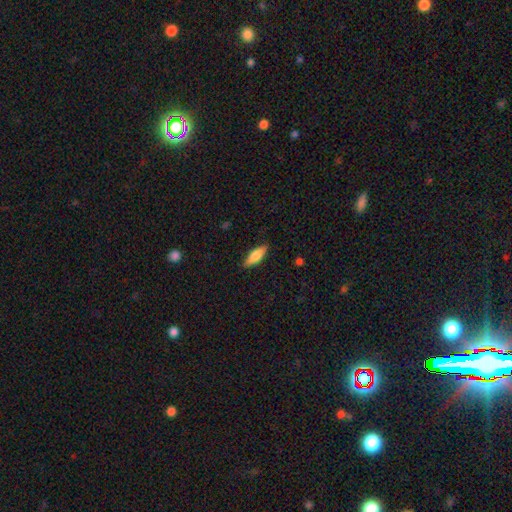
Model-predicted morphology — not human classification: Smooth or featured?
  - smooth: 68% *
  - featured or disk: 25%
  - star or artifact: 6%
How rounded?
  - in between: 58% *
  - cigar-shaped: 40%
  - round: 2%
Merging?
  - none: 87% *
  - minor disturbance: 10%
  - major disturbance: 2%
  - merger: 1%